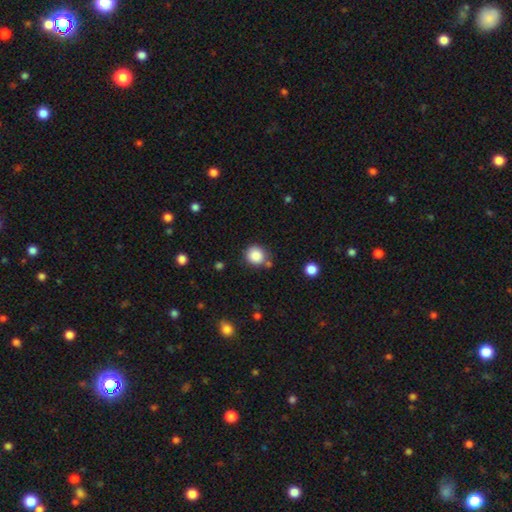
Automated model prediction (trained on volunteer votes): A smooth galaxy with no disk features (86%) that is round (87%).

Vote fractions:
- Smooth or featured? smooth: 86% / star or artifact: 10% / featured or disk: 4%
- How rounded? round: 87% / in between: 12% / cigar-shaped: 1%
- Merging? none: 76% / minor disturbance: 12% / merger: 8% / major disturbance: 4%